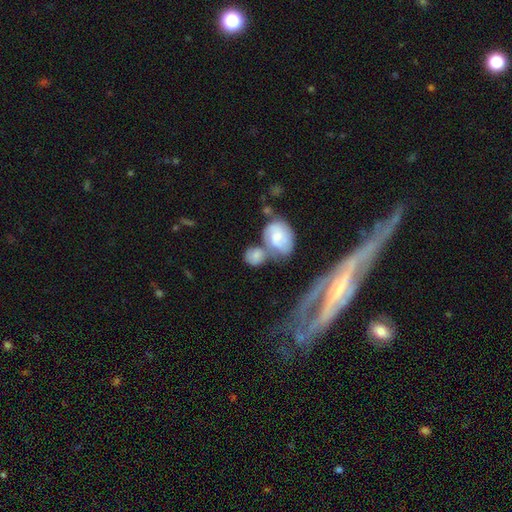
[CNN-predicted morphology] Q: Smooth or featured?
A: smooth (60%); runner-up: featured or disk (32%)
Q: How rounded?
A: round (61%); runner-up: in between (37%)
Q: Merging?
A: merger (51%); runner-up: none (30%)